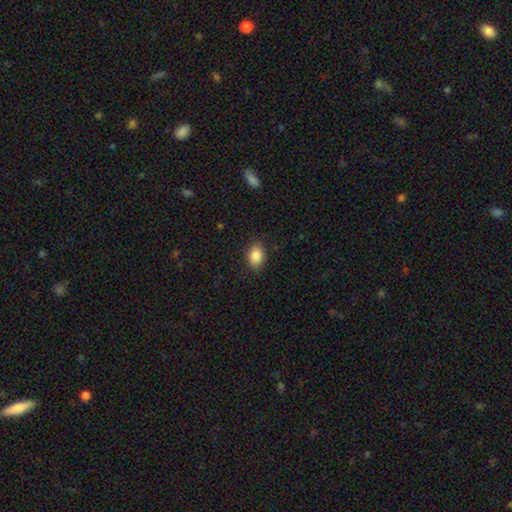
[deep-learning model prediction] A smooth galaxy with no disk features (87%) that is in between round and cigar-shaped (77%). Merging: none (86%).